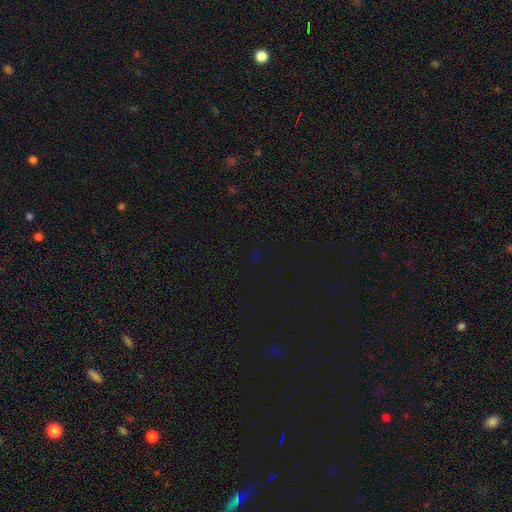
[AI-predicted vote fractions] Smooth or featured?
  - star or artifact: 75% *
  - smooth: 19%
  - featured or disk: 6%